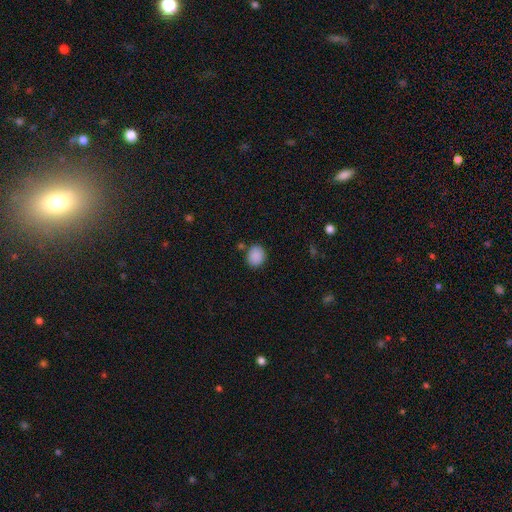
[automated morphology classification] smooth 88%, star or artifact 9%, featured or disk 3%. Down the decision tree: how rounded — round (66%); merging — none (82%).